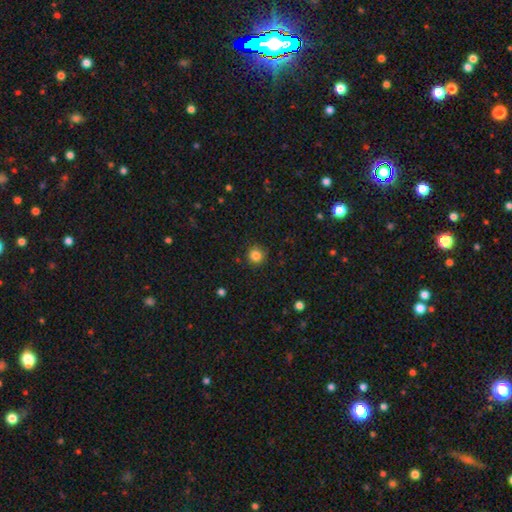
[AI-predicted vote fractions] Smooth or featured?
  - smooth: 83% *
  - star or artifact: 12%
  - featured or disk: 5%
How rounded?
  - round: 93% *
  - in between: 6%
  - cigar-shaped: 1%
Merging?
  - none: 88% *
  - minor disturbance: 8%
  - major disturbance: 2%
  - merger: 1%